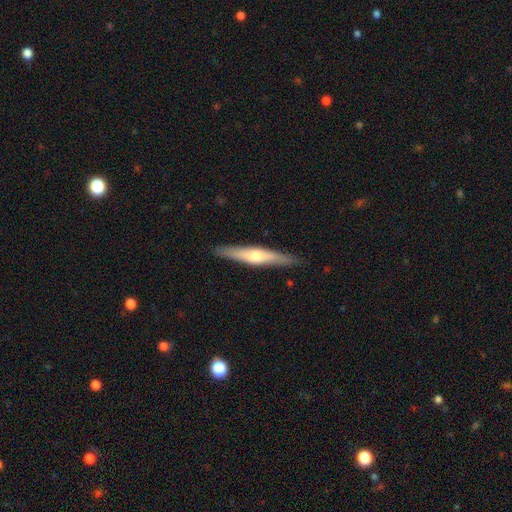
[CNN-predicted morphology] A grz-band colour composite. It shows a featured or disk galaxy (57%) viewed edge-on (95%) with a rounded central bulge (85%). Merging: none (90%).